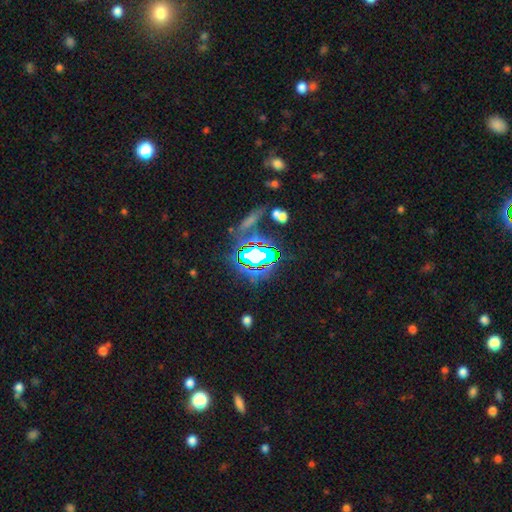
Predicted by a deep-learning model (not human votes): A star or artifact, not a galaxy (63%).

Vote fractions:
- Smooth or featured? star or artifact: 63% / smooth: 21% / featured or disk: 16%